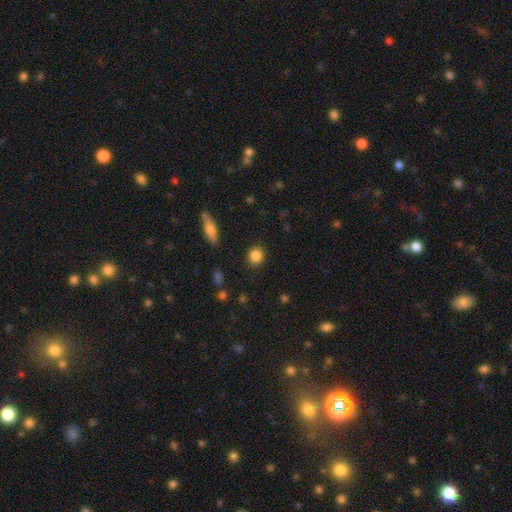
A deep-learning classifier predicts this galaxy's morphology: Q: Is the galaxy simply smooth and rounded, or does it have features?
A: smooth — 86%.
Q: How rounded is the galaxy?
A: round — 81%.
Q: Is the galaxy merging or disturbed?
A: none — 89%.